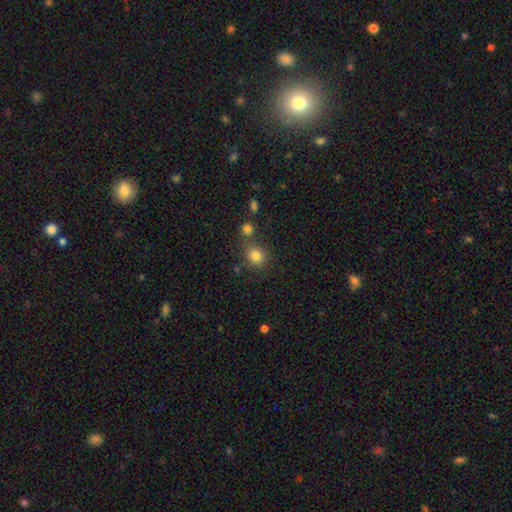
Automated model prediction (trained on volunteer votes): Smooth or featured: smooth — 81% (star or artifact — 12%)
How rounded: round — 74% (in between — 25%)
Merging: none — 71% (merger — 14%)